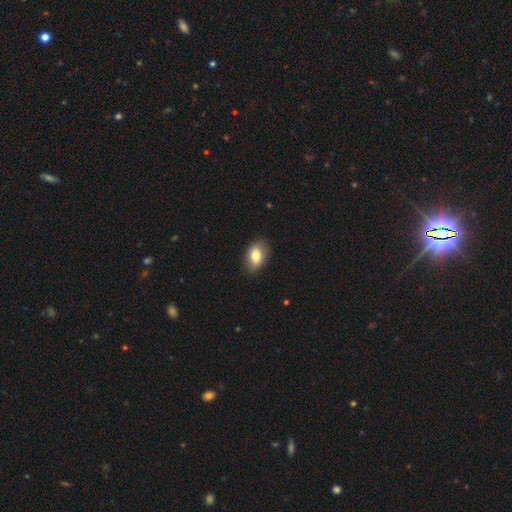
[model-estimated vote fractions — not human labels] Q: Smooth or featured?
A: smooth (78%); runner-up: featured or disk (14%)
Q: How rounded?
A: in between (86%); runner-up: round (12%)
Q: Merging?
A: none (83%); runner-up: minor disturbance (13%)